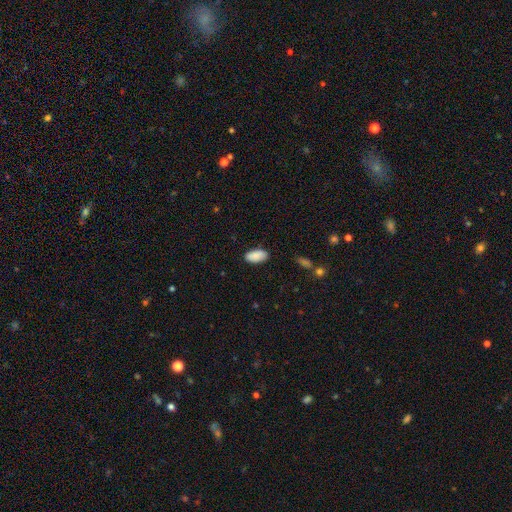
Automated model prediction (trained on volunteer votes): Smooth or featured?
  - smooth: 89% *
  - star or artifact: 6%
  - featured or disk: 5%
How rounded?
  - in between: 94% *
  - cigar-shaped: 4%
  - round: 2%
Merging?
  - none: 86% *
  - minor disturbance: 10%
  - major disturbance: 2%
  - merger: 1%